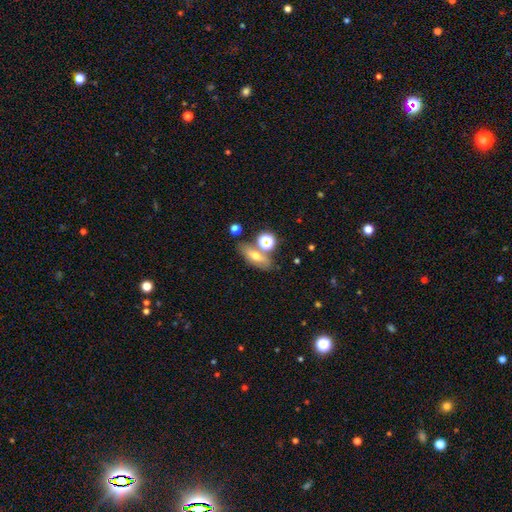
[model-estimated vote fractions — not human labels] Q: Smooth or featured?
A: smooth (52%); runner-up: featured or disk (31%)
Q: How rounded?
A: in between (64%); runner-up: cigar-shaped (22%)
Q: Merging?
A: none (65%); runner-up: merger (16%)